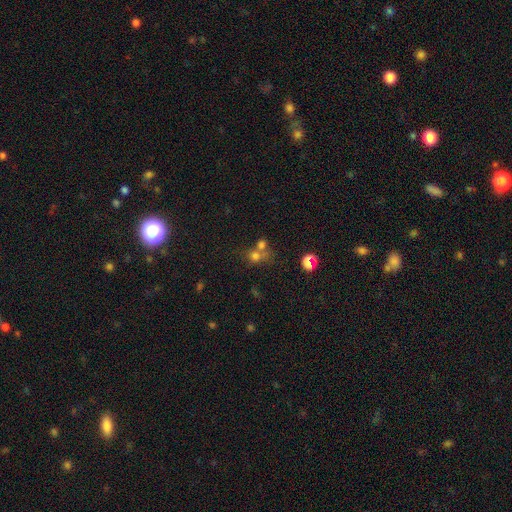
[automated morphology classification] Smooth or featured?
  - smooth: 68% *
  - star or artifact: 19%
  - featured or disk: 14%
How rounded?
  - round: 75% *
  - in between: 24%
  - cigar-shaped: 1%
Merging?
  - merger: 50% *
  - none: 36%
  - minor disturbance: 8%
  - major disturbance: 6%